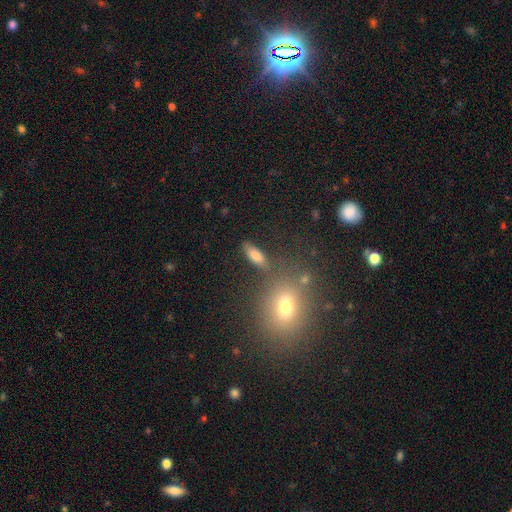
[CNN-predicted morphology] Smooth or featured?
  - smooth: 75% *
  - featured or disk: 14%
  - star or artifact: 11%
How rounded?
  - in between: 62% *
  - cigar-shaped: 31%
  - round: 7%
Merging?
  - none: 75% *
  - minor disturbance: 12%
  - merger: 7%
  - major disturbance: 5%